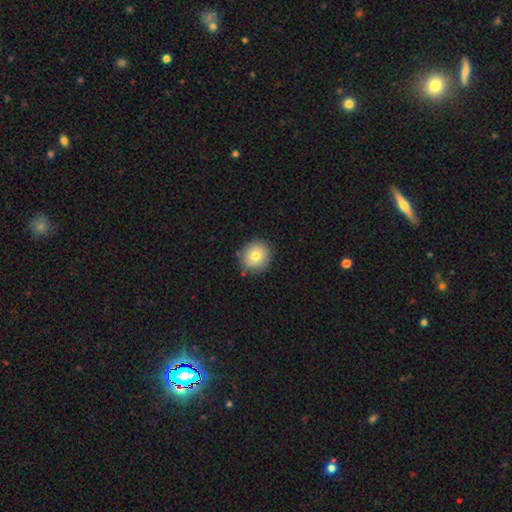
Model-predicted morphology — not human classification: Smooth or featured? Predicted: smooth (p=0.79). How rounded? Predicted: round (p=0.87). Merging? Predicted: none (p=0.86).